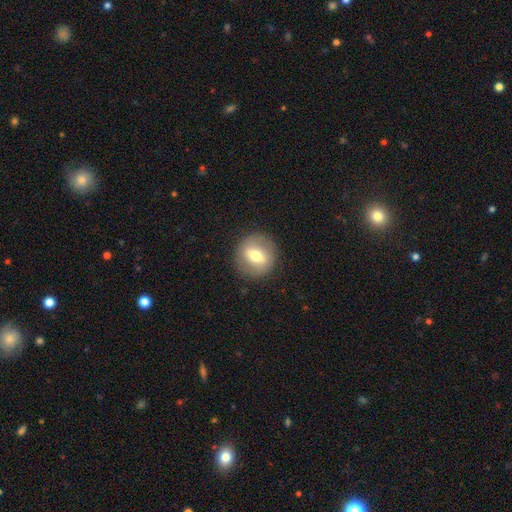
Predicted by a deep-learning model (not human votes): The model was most divided on "smooth or featured": smooth: 52%, featured or disk: 40%, star or artifact: 8%. More confident: merging — none (87%); how rounded — round (84%).